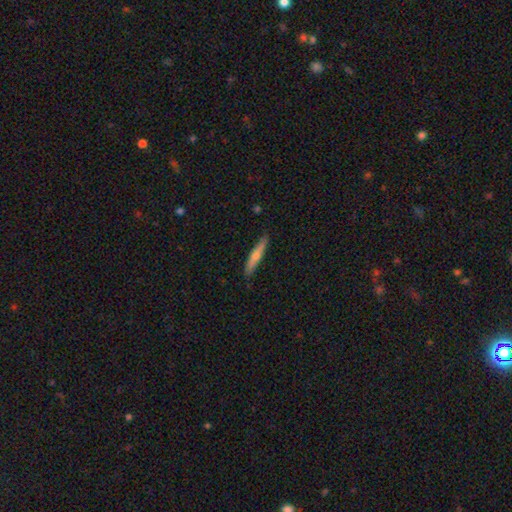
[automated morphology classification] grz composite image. It shows a smooth galaxy with no disk features (55%) that is cigar-shaped (92%). Merging: none (88%).